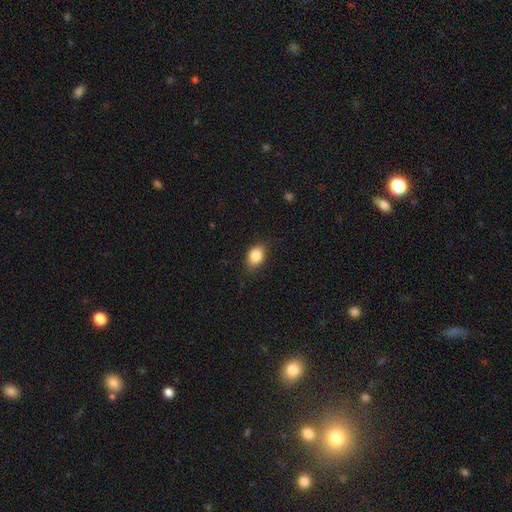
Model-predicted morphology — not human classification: Overall: smooth (86%). How rounded: in between (69%; round 29%). Merging: none (77%).